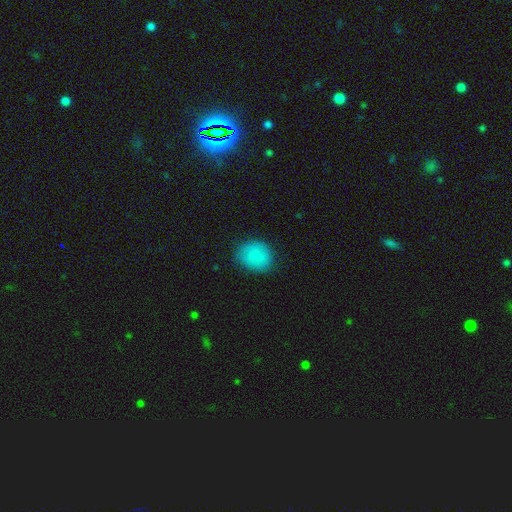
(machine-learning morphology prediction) Smooth or featured?
  - smooth: 85% *
  - featured or disk: 8%
  - star or artifact: 8%
How rounded?
  - round: 58% *
  - in between: 41%
  - cigar-shaped: 1%
Merging?
  - none: 80% *
  - minor disturbance: 15%
  - major disturbance: 4%
  - merger: 1%